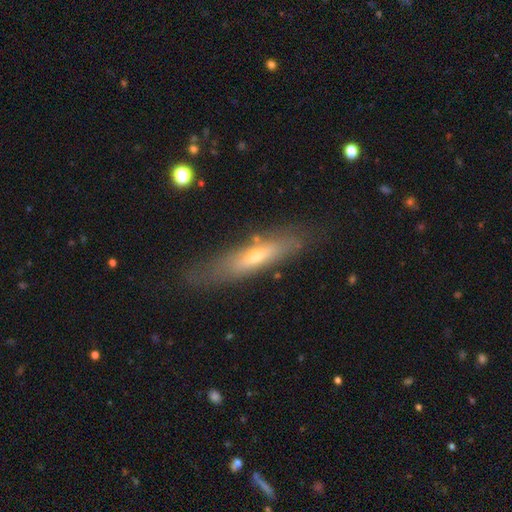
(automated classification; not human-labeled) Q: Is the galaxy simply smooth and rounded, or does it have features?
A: featured or disk — 50%.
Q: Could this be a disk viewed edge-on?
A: yes — 65%.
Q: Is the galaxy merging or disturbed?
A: none — 76%.